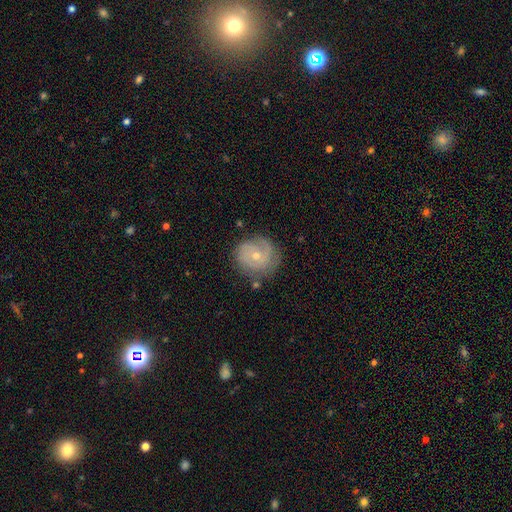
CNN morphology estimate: Overall: featured or disk (68%). Edge-on disk: no (97%). Bar: no (75%). Spiral arms: yes (86%). Spiral arm count: 2 (41%; can't tell 27%). Spiral winding: tight (56%; medium 31%). Bulge size: small (61%; moderate 36%). Merging: none (72%).